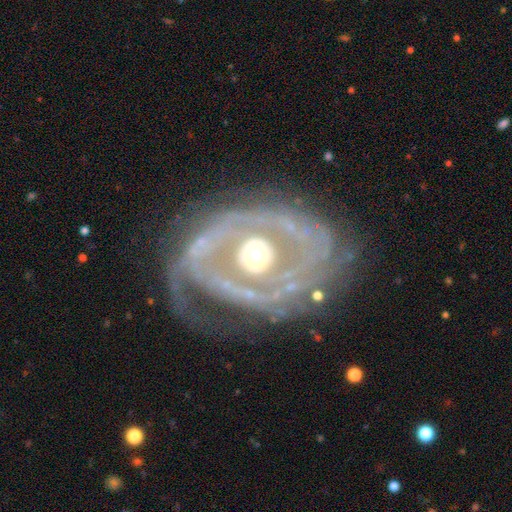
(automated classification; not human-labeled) smooth-or-featured: featured or disk: 85% | smooth: 10% | star or artifact: 5%
  disk-edge-on: no: 96% | yes: 4%
    bar: no: 74% | weak: 16% | strong: 10%
    has-spiral-arms: yes: 72% | no: 28%
      spiral-winding: tight: 49% | medium: 30% | loose: 21%
      spiral-arm-count: 2: 42% | can't tell: 24% | 3: 11% | 1: 9% | 4: 7% | more than 4: 7%
    bulge-size: moderate: 66% | large: 19% | small: 12% | dominant: 2% | none: 1%
  merging: none: 59% | minor disturbance: 19% | major disturbance: 19% | merger: 3%